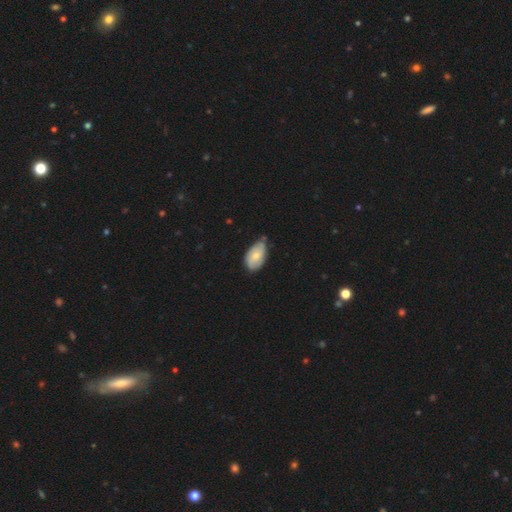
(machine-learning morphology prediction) type=smooth (56%); roundness=in between (92%); merging=none (50%).